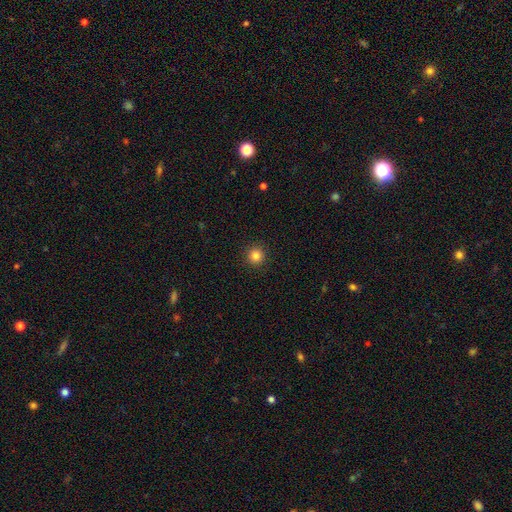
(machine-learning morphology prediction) Smooth or featured?
  - smooth: 84% *
  - star or artifact: 12%
  - featured or disk: 5%
How rounded?
  - round: 94% *
  - in between: 5%
  - cigar-shaped: 1%
Merging?
  - none: 92% *
  - minor disturbance: 5%
  - major disturbance: 2%
  - merger: 1%